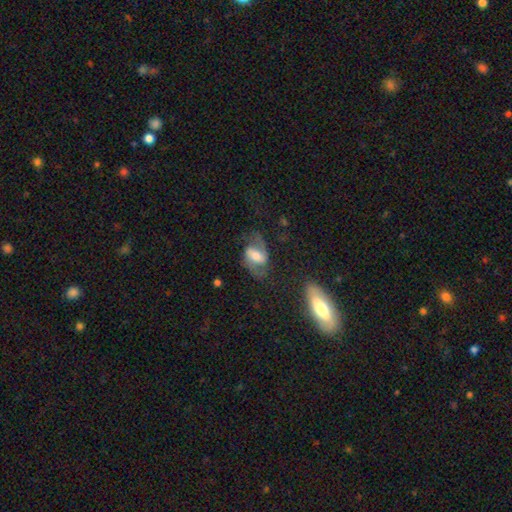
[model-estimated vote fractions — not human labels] Smooth or featured? Predicted: featured or disk (p=0.75). Edge-on disk? Predicted: no (p=0.96). Bar? Predicted: weak (p=0.44). Spiral arms? Predicted: yes (p=0.91). Spiral winding? Predicted: medium (p=0.48). Spiral arm count? Predicted: 2 (p=0.90). Bulge size? Predicted: moderate (p=0.56). Merging? Predicted: none (p=0.66).